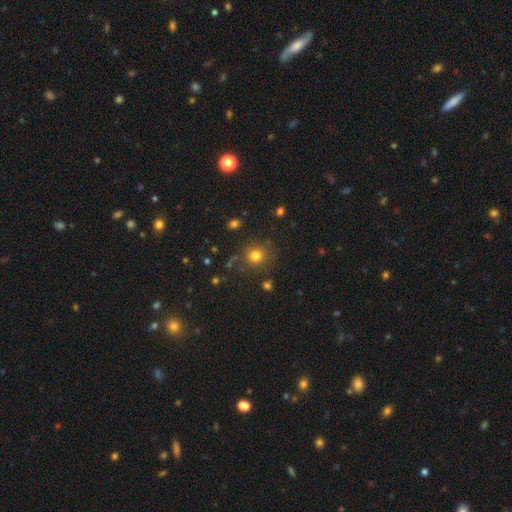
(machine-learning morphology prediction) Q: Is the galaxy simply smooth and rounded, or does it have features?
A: smooth — 78%.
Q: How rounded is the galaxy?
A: round — 90%.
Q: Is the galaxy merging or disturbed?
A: none — 83%.